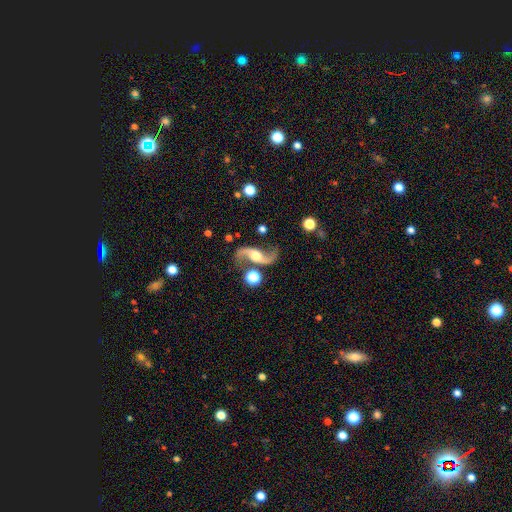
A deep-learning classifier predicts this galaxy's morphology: Smooth or featured?
  - featured or disk: 91% *
  - star or artifact: 5%
  - smooth: 4%
Edge-on disk?
  - no: 96% *
  - yes: 4%
Bar?
  - no: 57% *
  - weak: 28%
  - strong: 15%
Spiral arms?
  - yes: 97% *
  - no: 3%
Spiral winding?
  - loose: 83% *
  - medium: 13%
  - tight: 3%
Spiral arm count?
  - 2: 95% *
  - 1: 1%
  - can't tell: 1%
  - 3: 1%
  - 4: 1%
  - more than 4: 1%
Bulge size?
  - moderate: 63% *
  - small: 20%
  - large: 13%
  - none: 3%
  - dominant: 2%
Merging?
  - none: 75% *
  - minor disturbance: 13%
  - merger: 6%
  - major disturbance: 6%